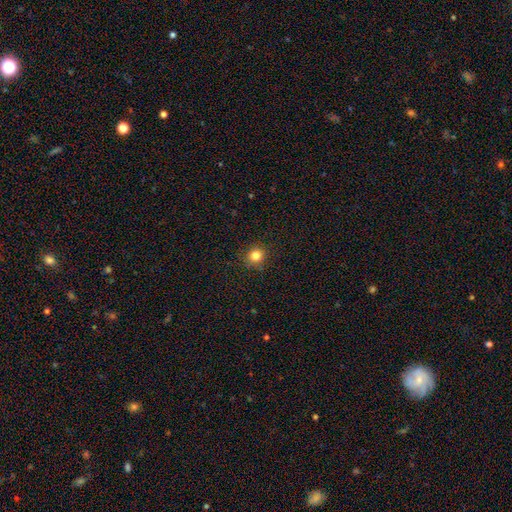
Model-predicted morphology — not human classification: type=smooth (82%); roundness=round (91%); merging=none (89%).